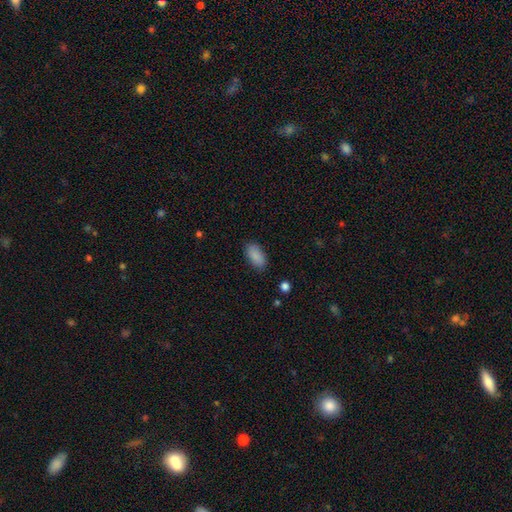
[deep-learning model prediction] smooth_or_featured: smooth (p=0.88) [alt: star or artifact p=0.07]
how_rounded: in between (p=0.92) [alt: cigar-shaped p=0.05]
merging: none (p=0.85) [alt: minor disturbance p=0.11]